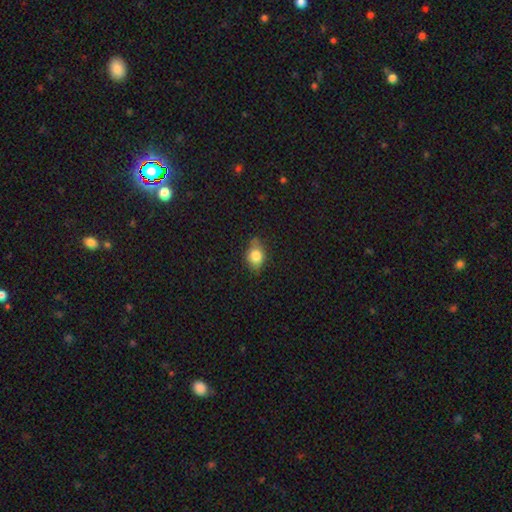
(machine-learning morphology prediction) A smooth galaxy with no disk features (79%) that is in between round and cigar-shaped (68%).

Vote fractions:
- Smooth or featured? smooth: 79% / featured or disk: 12% / star or artifact: 9%
- How rounded? in between: 68% / round: 30% / cigar-shaped: 2%
- Merging? none: 69% / minor disturbance: 25% / major disturbance: 5% / merger: 2%